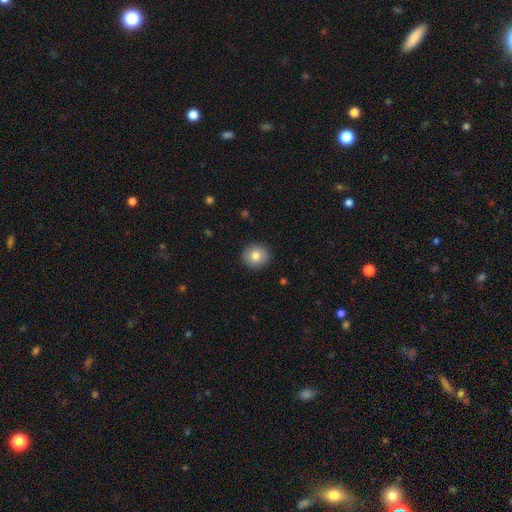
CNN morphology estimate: smooth 82%, featured or disk 10%, star or artifact 8%. Down the decision tree: how rounded — round (90%); merging — none (92%).